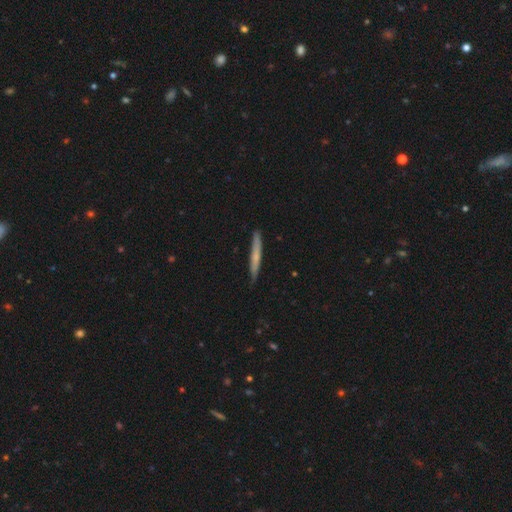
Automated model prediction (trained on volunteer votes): Smooth or featured? smooth (58%)
How rounded? cigar-shaped (96%)
Merging? none (87%)